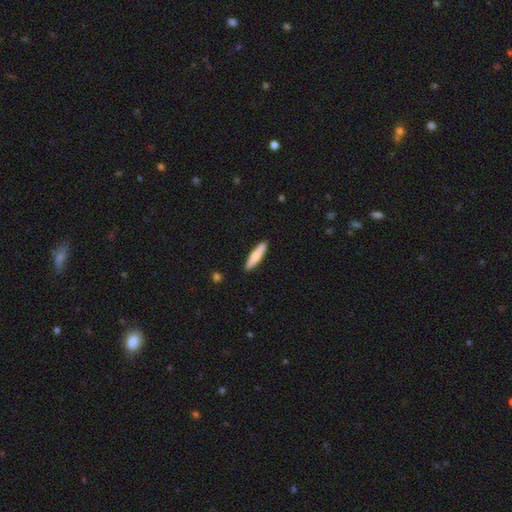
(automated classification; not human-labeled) smooth 67%, featured or disk 28%, star or artifact 5%. Down the decision tree: how rounded — cigar-shaped (85%); merging — none (90%).